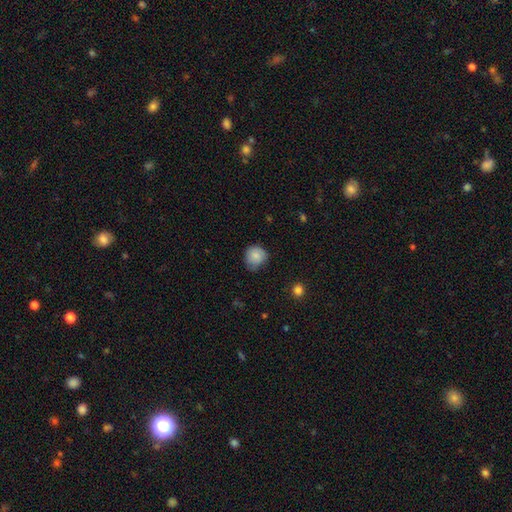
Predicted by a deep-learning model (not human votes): The model was most divided on "merging": none: 59%, minor disturbance: 34%, major disturbance: 6%, merger: 1%. More confident: how rounded — round (82%); smooth or featured — smooth (82%).